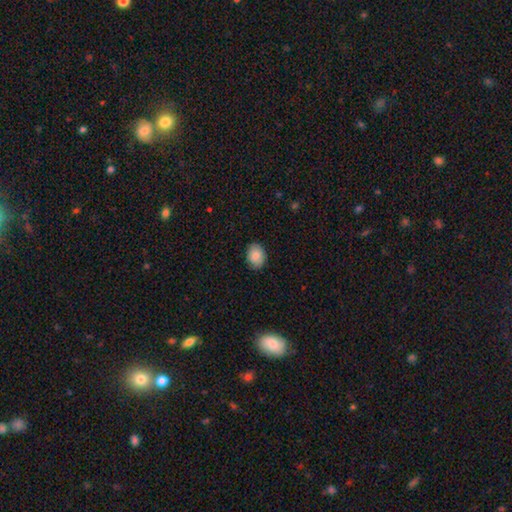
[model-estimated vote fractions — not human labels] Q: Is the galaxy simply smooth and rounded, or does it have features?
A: smooth — 85%.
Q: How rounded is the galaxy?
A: in between — 68%.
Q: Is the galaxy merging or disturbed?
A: none — 86%.